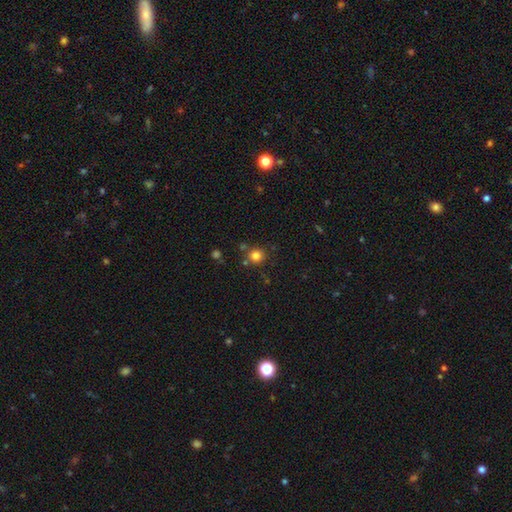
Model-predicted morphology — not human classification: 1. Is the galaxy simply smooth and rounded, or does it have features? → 80% smooth, 15% star or artifact, 6% featured or disk.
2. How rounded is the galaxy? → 92% round, 7% in between, 1% cigar-shaped.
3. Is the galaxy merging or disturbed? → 78% none, 10% merger, 9% minor disturbance, 3% major disturbance.